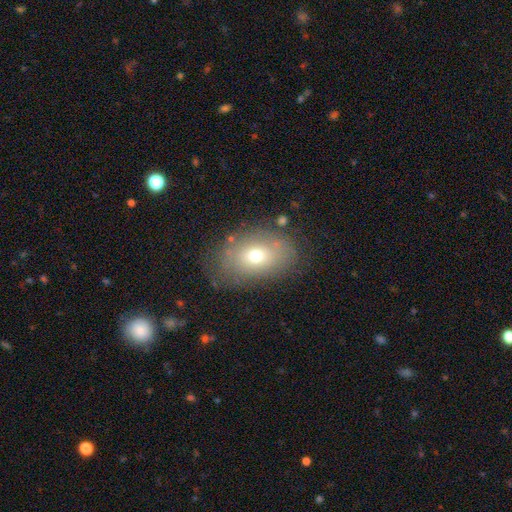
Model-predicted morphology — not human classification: This is likely a smooth galaxy (65%). How rounded: clearly in between (83%). Merging: likely none (75%).